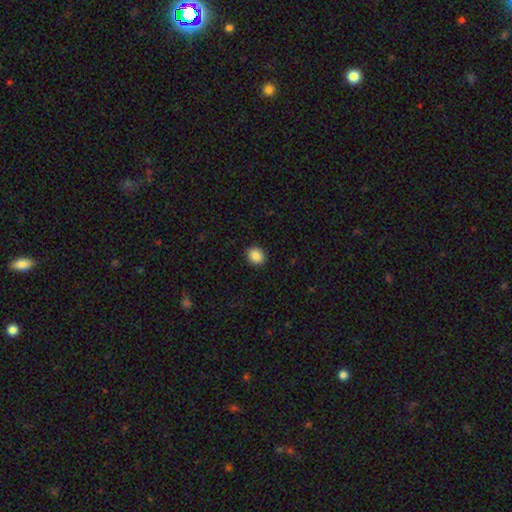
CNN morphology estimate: smooth-or-featured: smooth: 88% | star or artifact: 9% | featured or disk: 3%
  how-rounded: round: 63% | in between: 36% | cigar-shaped: 1%
  merging: none: 91% | minor disturbance: 6% | major disturbance: 2% | merger: 1%